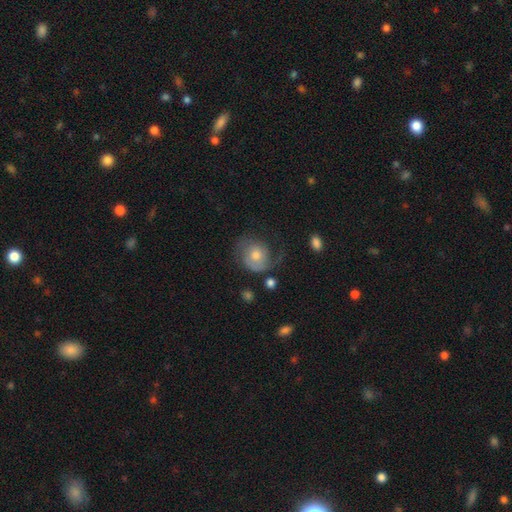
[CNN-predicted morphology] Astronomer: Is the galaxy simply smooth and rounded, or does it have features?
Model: featured or disk — 49% (runner-up: smooth, 44%).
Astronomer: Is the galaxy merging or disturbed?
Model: none — 43% (runner-up: major disturbance, 30%).